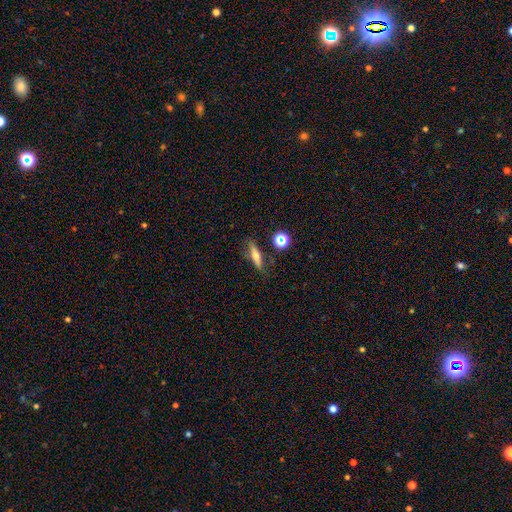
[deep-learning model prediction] Q: Smooth or featured?
A: smooth (51%); runner-up: featured or disk (39%)
Q: How rounded?
A: cigar-shaped (67%); runner-up: in between (27%)
Q: Merging?
A: none (75%); runner-up: minor disturbance (16%)